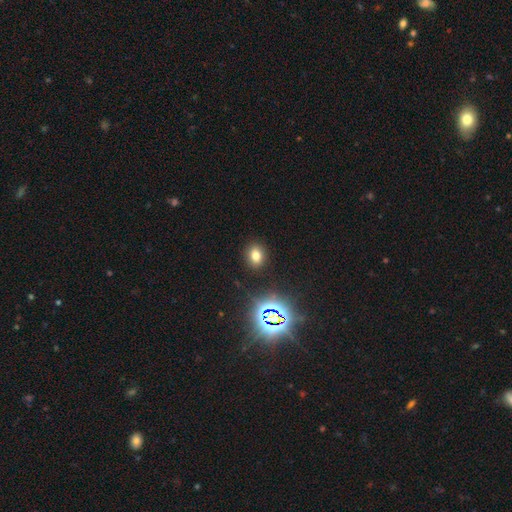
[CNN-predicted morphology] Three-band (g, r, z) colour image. It shows a smooth galaxy with no disk features (71%) that is in between round and cigar-shaped (53%). Merging: none (89%).